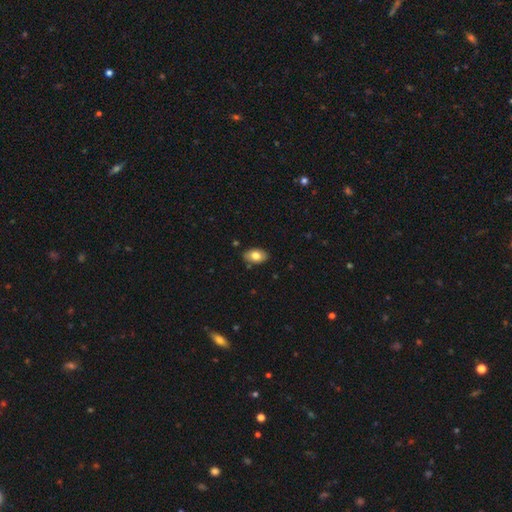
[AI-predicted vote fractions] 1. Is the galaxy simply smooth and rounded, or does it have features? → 78% smooth, 15% featured or disk, 7% star or artifact.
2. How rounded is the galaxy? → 91% in between, 8% round, 1% cigar-shaped.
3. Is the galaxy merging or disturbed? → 85% none, 11% minor disturbance, 2% major disturbance, 2% merger.